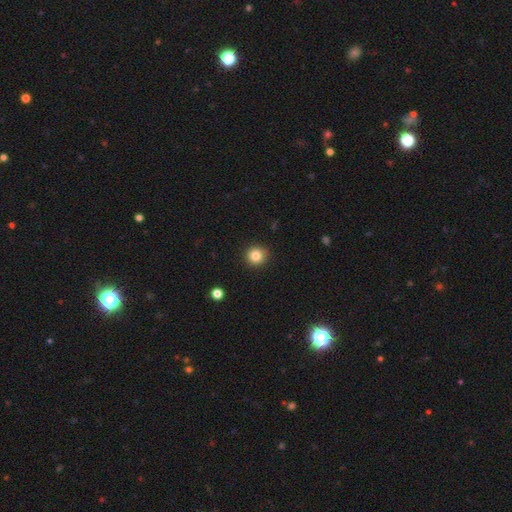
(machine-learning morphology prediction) Overall: smooth (83%). How rounded: round (93%). Merging: none (92%).